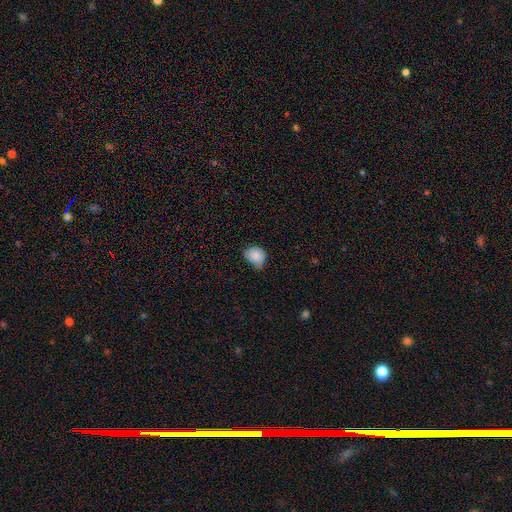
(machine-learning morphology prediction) Smooth or featured?
  - smooth: 85% *
  - star or artifact: 9%
  - featured or disk: 6%
How rounded?
  - round: 64% *
  - in between: 35%
  - cigar-shaped: 1%
Merging?
  - none: 49% *
  - minor disturbance: 42%
  - major disturbance: 7%
  - merger: 2%